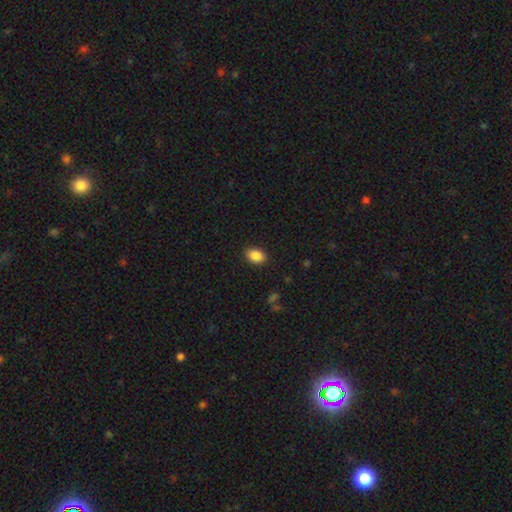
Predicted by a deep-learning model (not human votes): Q: Smooth or featured?
A: smooth (88%); runner-up: star or artifact (9%)
Q: How rounded?
A: in between (75%); runner-up: round (24%)
Q: Merging?
A: none (88%); runner-up: minor disturbance (9%)